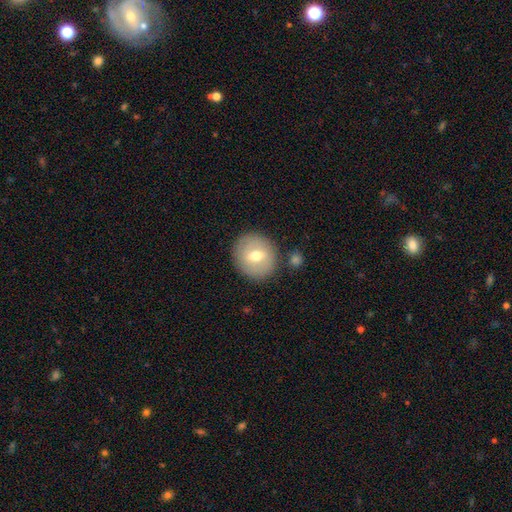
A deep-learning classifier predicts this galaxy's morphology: type=smooth (62%); roundness=round (88%); merging=none (82%).